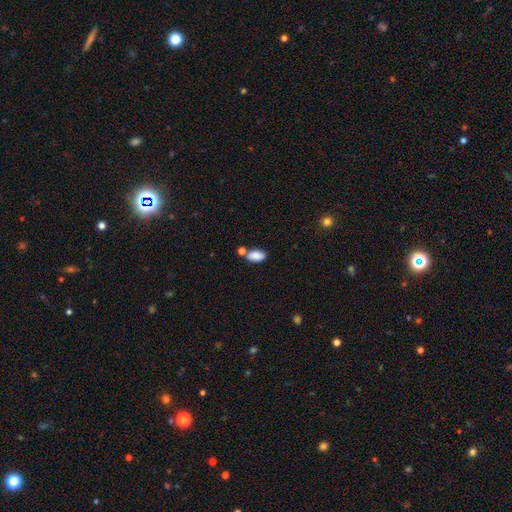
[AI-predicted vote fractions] Overall: smooth (86%). How rounded: in between (92%). Merging: none (59%; merger 23%).